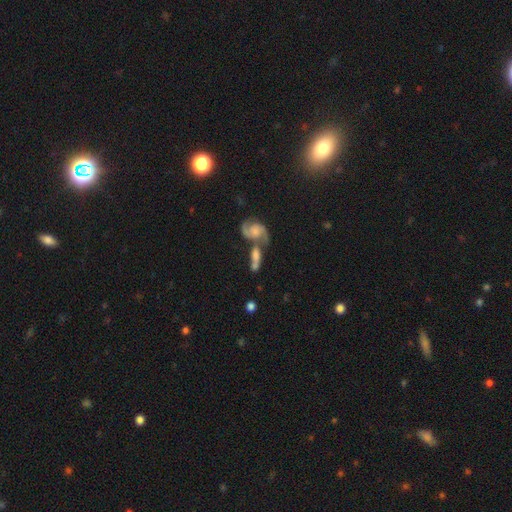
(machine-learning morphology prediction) A featured or disk galaxy (65%) with no bar (60%), spiral arms (87%) and a moderate central bulge (38%).

Vote fractions:
- Smooth or featured? featured or disk: 65% / smooth: 24% / star or artifact: 11%
- Edge-on disk? no: 86% / yes: 14%
- Bar? no: 60% / weak: 32% / strong: 9%
- Spiral arms? yes: 87% / no: 13%
- Bulge size? moderate: 38% / small: 36% / none: 13% / large: 10% / dominant: 3%
- Merging? merger: 51% / none: 30% / minor disturbance: 11% / major disturbance: 8%